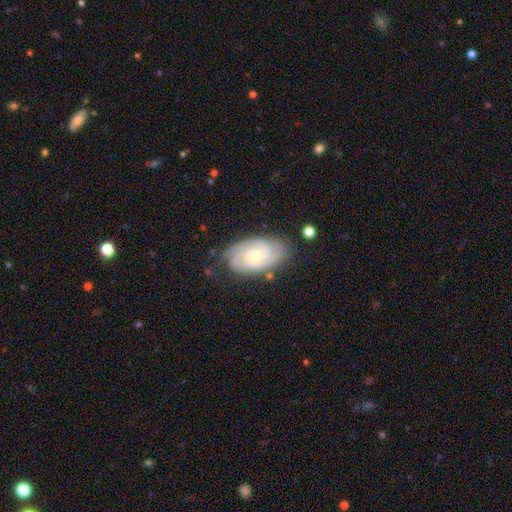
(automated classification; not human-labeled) The model was most divided on "spiral arm count": 2: 39%, 3: 30%, can't tell: 14%, 4: 9%, more than 4: 4%, 1: 4%. More confident: spiral arms — yes (98%); edge-on disk — no (97%); smooth or featured — featured or disk (88%); merging — none (77%); spiral winding — tight (74%); bar — no (71%); bulge size — small (59%).